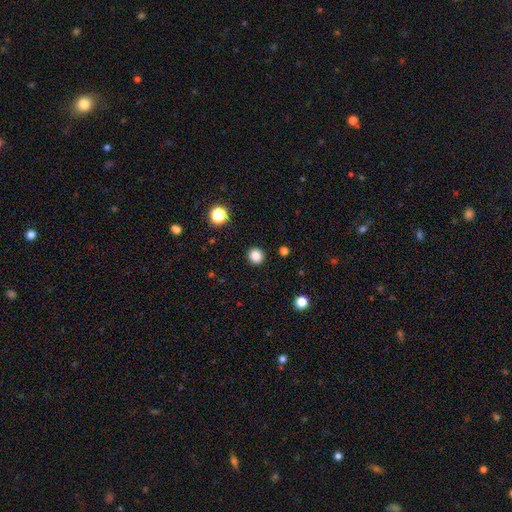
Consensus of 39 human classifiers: A smooth galaxy with no disk features (79%) that is round (94%).

Vote fractions:
- Smooth or featured? smooth: 79% / featured or disk: 10% / star or artifact: 10%
- How rounded? round: 94% / in between: 6% / cigar-shaped: 0%
- Merging? none: 89% / minor disturbance: 9% / major disturbance: 3% / merger: 0%